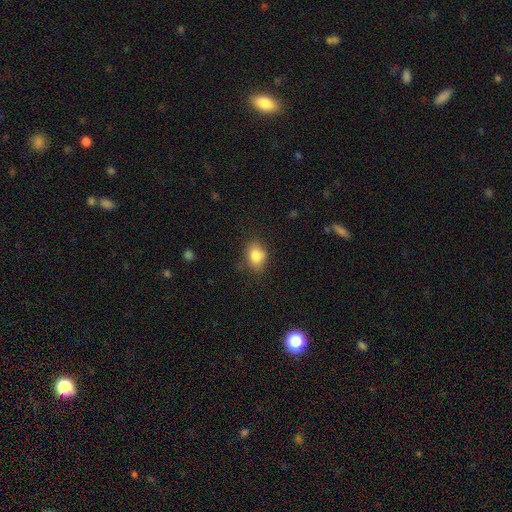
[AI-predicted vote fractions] Overall: smooth (82%). How rounded: in between (67%; round 32%). Merging: none (72%).